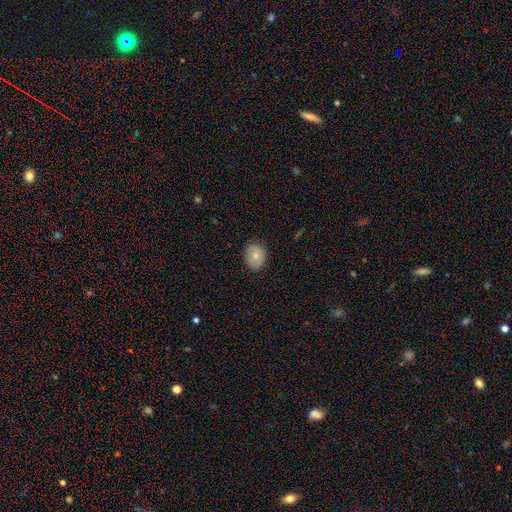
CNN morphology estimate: Smooth or featured?
  - smooth: 75% *
  - featured or disk: 18%
  - star or artifact: 7%
How rounded?
  - in between: 51% *
  - round: 48%
  - cigar-shaped: 1%
Merging?
  - none: 84% *
  - minor disturbance: 13%
  - major disturbance: 3%
  - merger: 1%